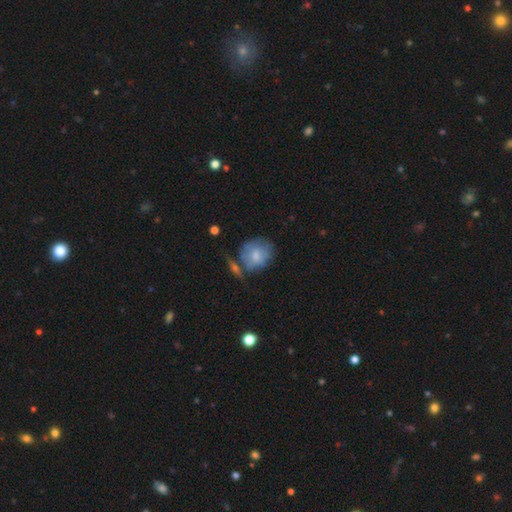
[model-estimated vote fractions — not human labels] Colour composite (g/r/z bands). It shows a smooth galaxy with no disk features (69%) that is round (70%). Merging: none (48%).